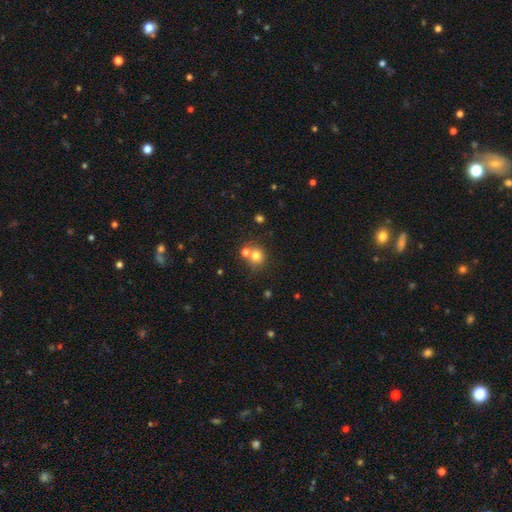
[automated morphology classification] The model was most divided on "merging": none: 53%, merger: 34%, minor disturbance: 9%, major disturbance: 4%. More confident: how rounded — round (86%); smooth or featured — smooth (75%).